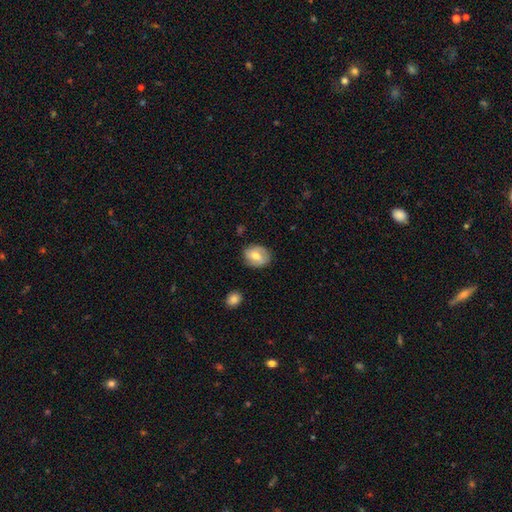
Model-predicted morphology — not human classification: type=smooth (58%); roundness=round (50%); merging=none (79%).